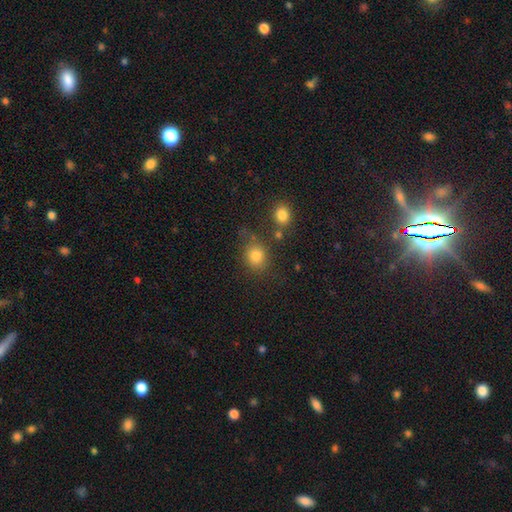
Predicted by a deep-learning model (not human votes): Smooth or featured: smooth — 81% (star or artifact — 13%)
How rounded: round — 73% (in between — 26%)
Merging: none — 70% (minor disturbance — 15%)